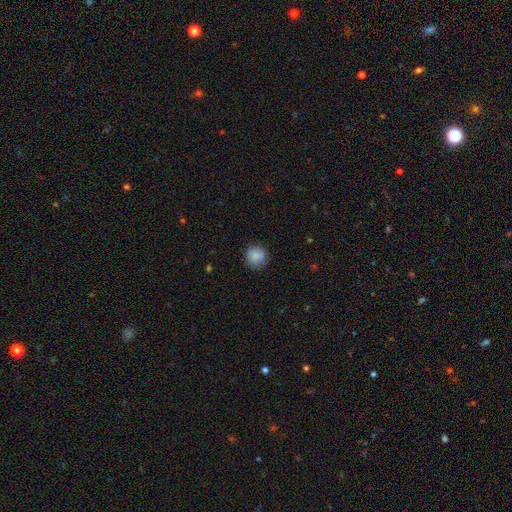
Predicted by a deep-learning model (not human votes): smooth 86%, star or artifact 8%, featured or disk 5%. Down the decision tree: how rounded — round (93%); merging — none (83%).